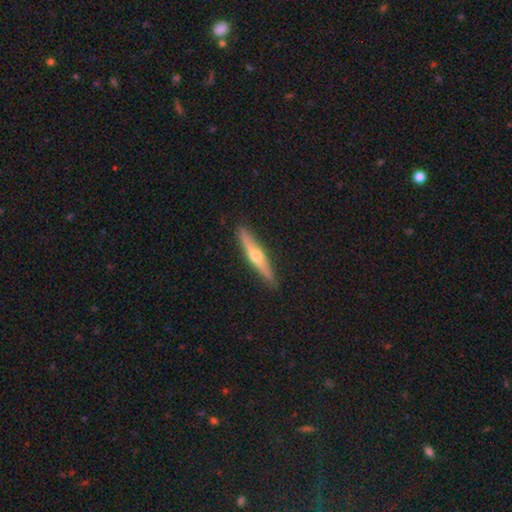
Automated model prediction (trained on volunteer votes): A featured or disk galaxy (68%) viewed edge-on (96%) with a rounded central bulge (92%). Merging: none (91%).